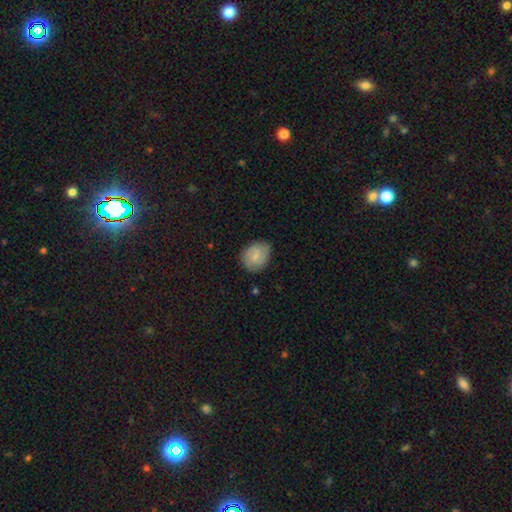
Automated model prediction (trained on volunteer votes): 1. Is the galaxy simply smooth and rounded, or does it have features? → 55% smooth, 38% featured or disk, 7% star or artifact.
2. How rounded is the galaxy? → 60% round, 38% in between, 1% cigar-shaped.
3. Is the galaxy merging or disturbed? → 78% none, 17% minor disturbance, 4% major disturbance, 1% merger.